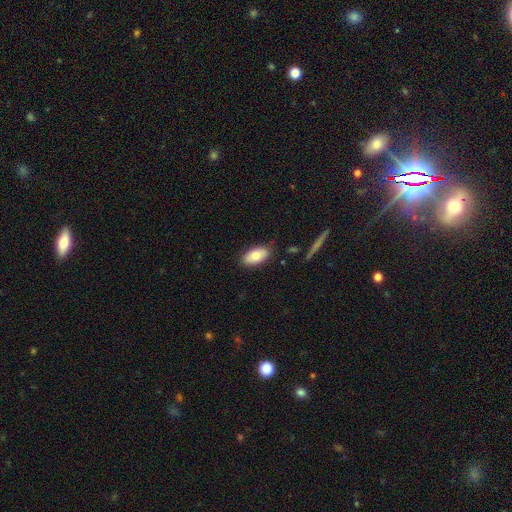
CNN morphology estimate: The model was most divided on "smooth or featured": smooth: 77%, featured or disk: 16%, star or artifact: 7%. More confident: how rounded — in between (93%); merging — none (85%).